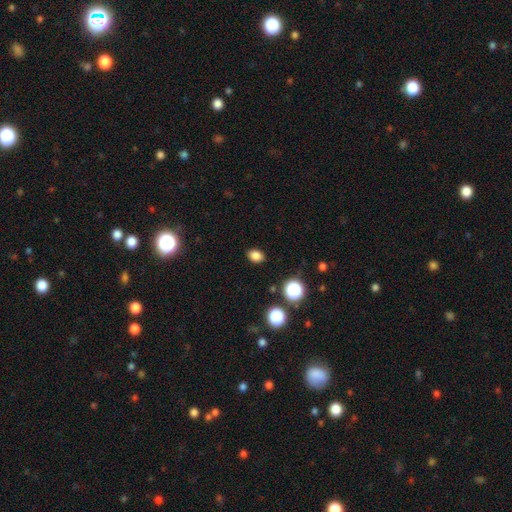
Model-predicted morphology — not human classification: Smooth or featured?
  - smooth: 82% *
  - star or artifact: 14%
  - featured or disk: 4%
How rounded?
  - in between: 70% *
  - round: 29%
  - cigar-shaped: 1%
Merging?
  - none: 88% *
  - minor disturbance: 9%
  - major disturbance: 2%
  - merger: 1%